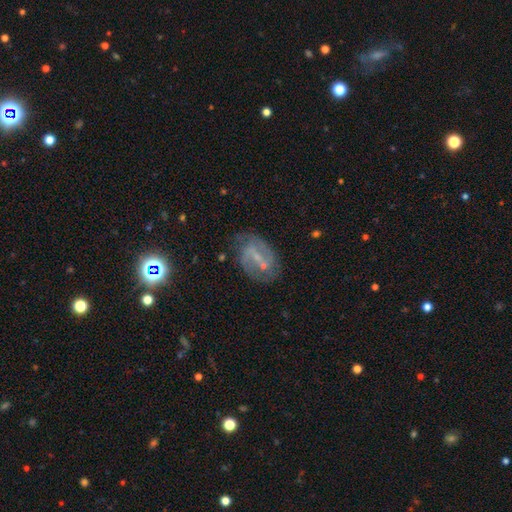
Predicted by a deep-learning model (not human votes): Morphology: type=featured or disk (74%); edge-on=no (96%); bar=weak (48%); spiral arms=yes (89%); winding=medium (46%); arm count=2 (75%); bulge=small (65%); merging=none (75%).